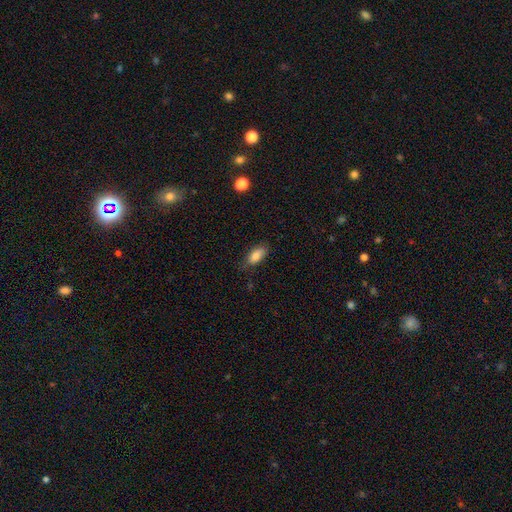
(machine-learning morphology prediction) Q: Smooth or featured?
A: smooth (84%); runner-up: featured or disk (9%)
Q: How rounded?
A: in between (89%); runner-up: cigar-shaped (8%)
Q: Merging?
A: none (75%); runner-up: minor disturbance (19%)